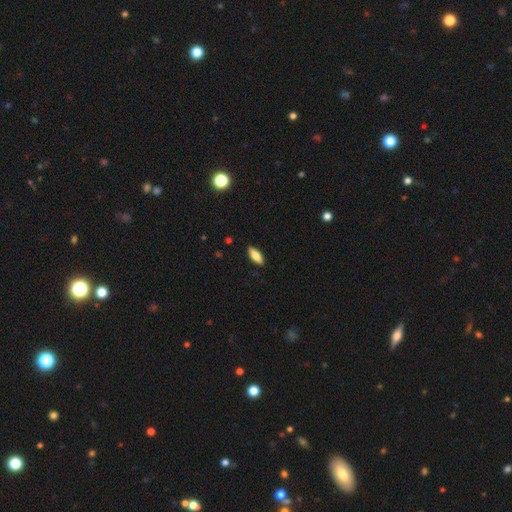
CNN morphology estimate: A smooth galaxy with no disk features (74%) that is in between round and cigar-shaped (70%).

Vote fractions:
- Smooth or featured? smooth: 74% / featured or disk: 19% / star or artifact: 7%
- How rounded? in between: 70% / cigar-shaped: 28% / round: 2%
- Merging? none: 88% / minor disturbance: 9% / major disturbance: 2% / merger: 1%